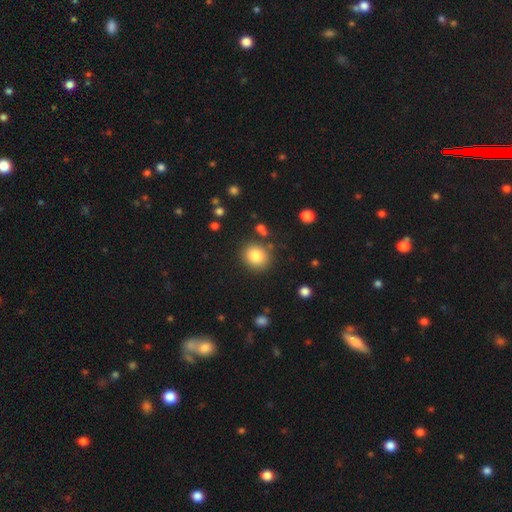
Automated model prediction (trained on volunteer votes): smooth_or_featured: smooth (p=0.84) [alt: star or artifact p=0.10]
how_rounded: round (p=0.76) [alt: in between p=0.24]
merging: none (p=0.84) [alt: minor disturbance p=0.09]